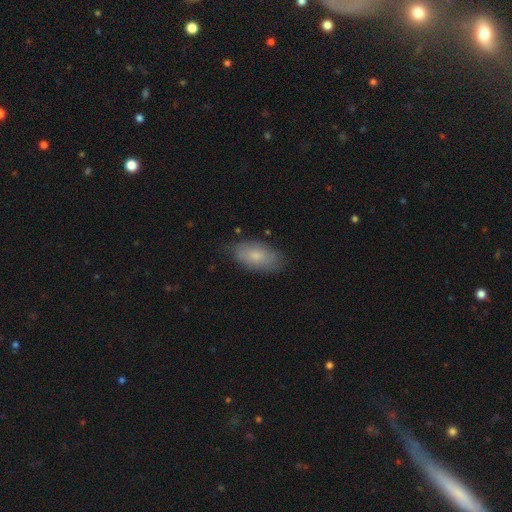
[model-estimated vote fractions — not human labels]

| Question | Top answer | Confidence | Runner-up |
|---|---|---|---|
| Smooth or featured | smooth | 72% | featured or disk (21%) |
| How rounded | in between | 93% | cigar-shaped (4%) |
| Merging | none | 76% | minor disturbance (19%) |